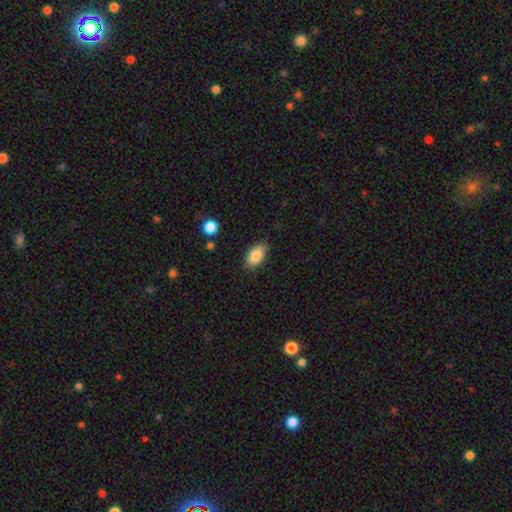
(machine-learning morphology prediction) A smooth galaxy with no disk features (85%) that is in between round and cigar-shaped (93%).

Vote fractions:
- Smooth or featured? smooth: 85% / featured or disk: 8% / star or artifact: 7%
- How rounded? in between: 93% / cigar-shaped: 3% / round: 3%
- Merging? none: 85% / minor disturbance: 11% / major disturbance: 2% / merger: 1%